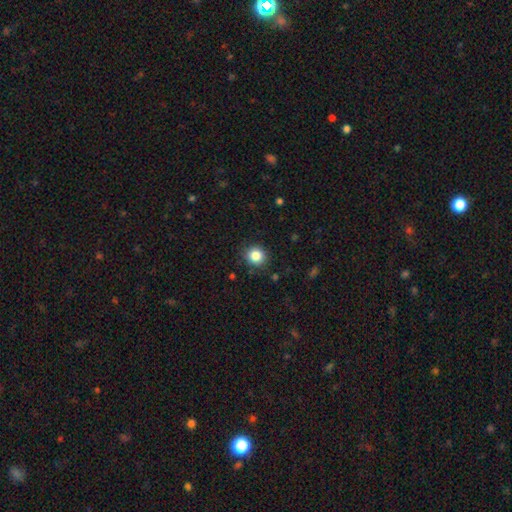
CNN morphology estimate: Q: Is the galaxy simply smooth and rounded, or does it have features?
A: smooth — 85%.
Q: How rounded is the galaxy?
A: round — 88%.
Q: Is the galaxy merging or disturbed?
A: none — 89%.